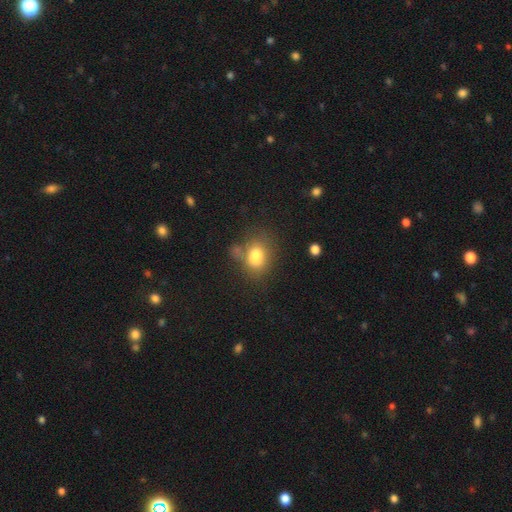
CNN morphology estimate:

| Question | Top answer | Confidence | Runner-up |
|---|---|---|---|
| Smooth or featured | smooth | 76% | featured or disk (13%) |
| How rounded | in between | 65% | round (33%) |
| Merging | none | 45% | merger (23%) |